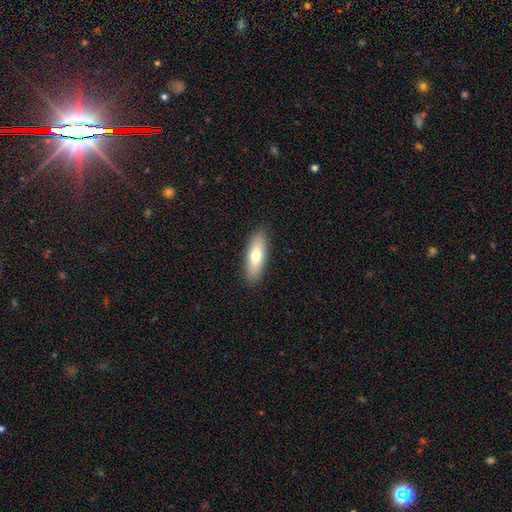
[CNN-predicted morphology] smooth 73%, featured or disk 21%, star or artifact 6%. Down the decision tree: how rounded — in between (62%); merging — none (89%).